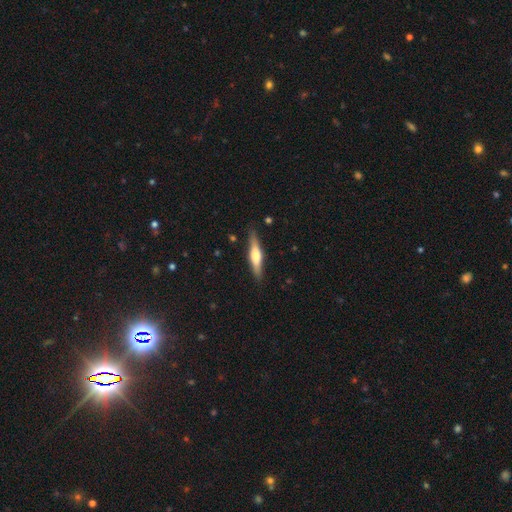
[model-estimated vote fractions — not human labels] Morphology: type=featured or disk (54%); edge-on=yes (95%); edge-on bulge=rounded (87%); merging=none (87%).